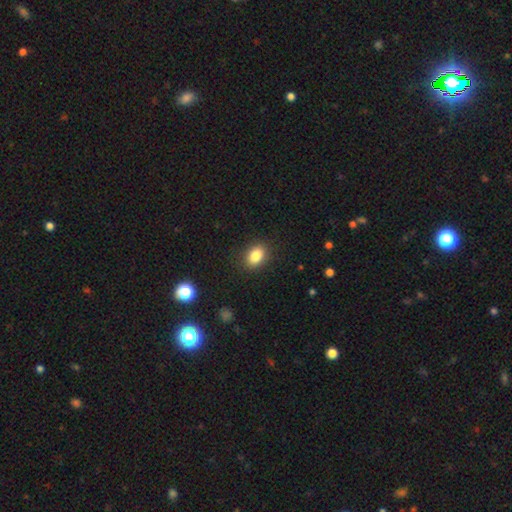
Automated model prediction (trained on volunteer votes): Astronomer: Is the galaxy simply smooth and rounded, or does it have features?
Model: smooth — 85%.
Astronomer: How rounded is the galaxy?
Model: in between — 75%.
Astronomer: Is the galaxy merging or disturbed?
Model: none — 87%.